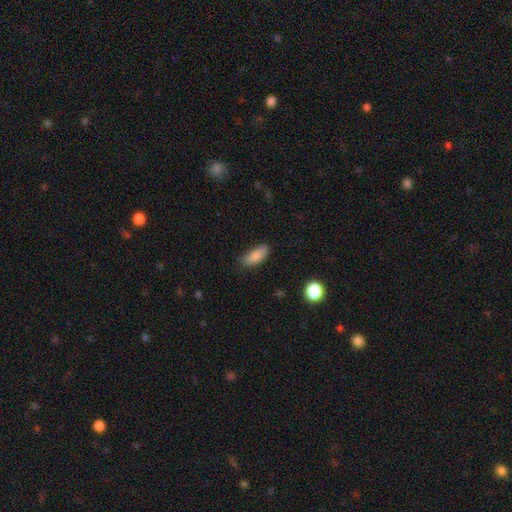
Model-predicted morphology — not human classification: A smooth galaxy with no disk features (86%) that is in between round and cigar-shaped (82%). Merging: none (73%).